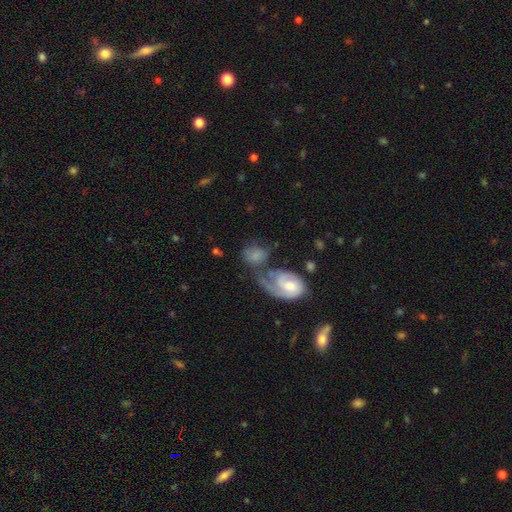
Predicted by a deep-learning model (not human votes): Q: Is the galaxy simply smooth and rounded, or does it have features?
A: smooth — 58%.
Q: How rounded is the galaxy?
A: in between — 61%.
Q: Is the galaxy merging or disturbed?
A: merger — 39%.